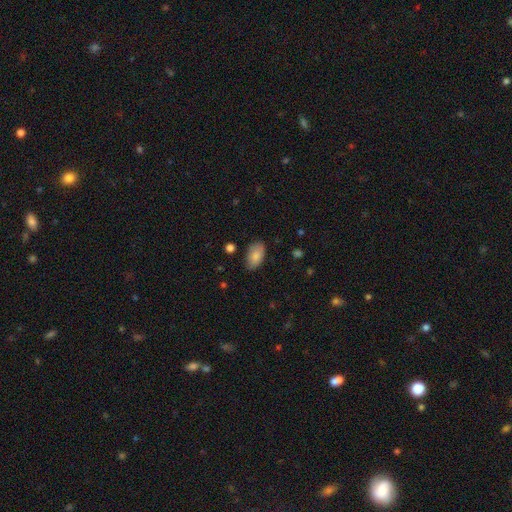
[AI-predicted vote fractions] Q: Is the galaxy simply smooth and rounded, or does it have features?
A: smooth — 84%.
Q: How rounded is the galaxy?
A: in between — 94%.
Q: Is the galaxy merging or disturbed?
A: none — 79%.